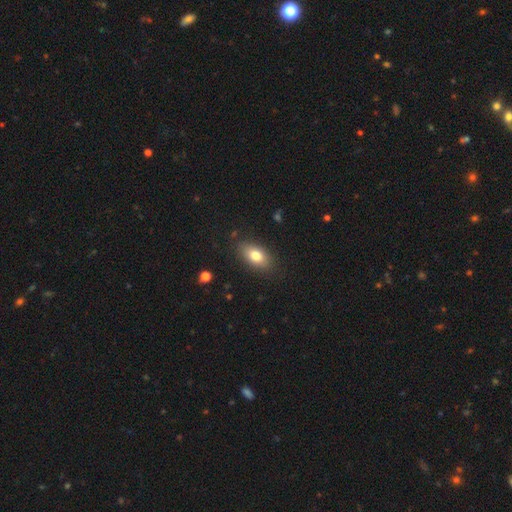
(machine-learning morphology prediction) Smooth or featured: smooth — 79% (featured or disk — 13%)
How rounded: in between — 89% (round — 7%)
Merging: none — 85% (minor disturbance — 11%)